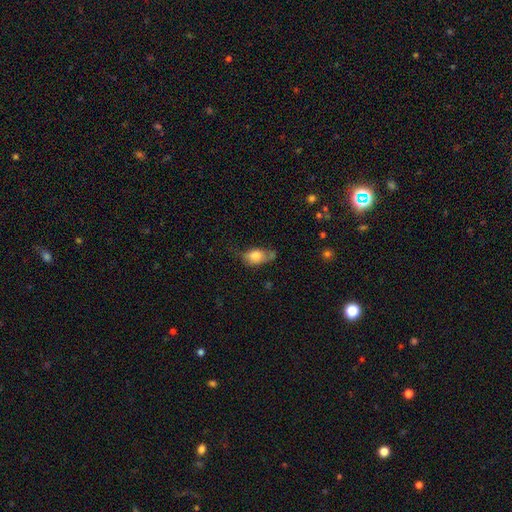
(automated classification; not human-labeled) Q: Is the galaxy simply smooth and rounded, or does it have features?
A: smooth — 75%.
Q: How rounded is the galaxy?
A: in between — 86%.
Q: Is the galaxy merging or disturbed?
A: minor disturbance — 37%.